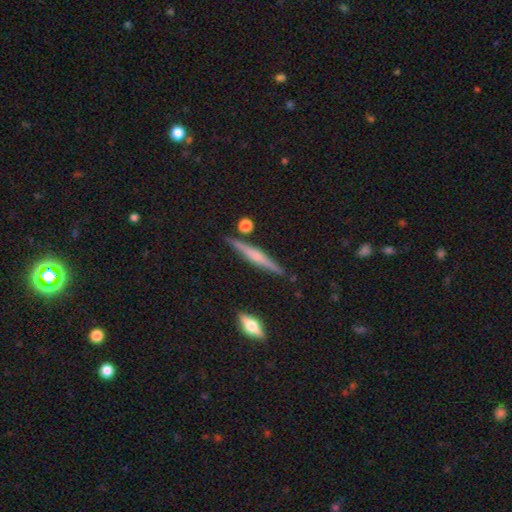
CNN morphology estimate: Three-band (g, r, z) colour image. It shows a featured or disk galaxy (62%) viewed edge-on (97%) with a rounded central bulge (56%). Merging: none (86%).